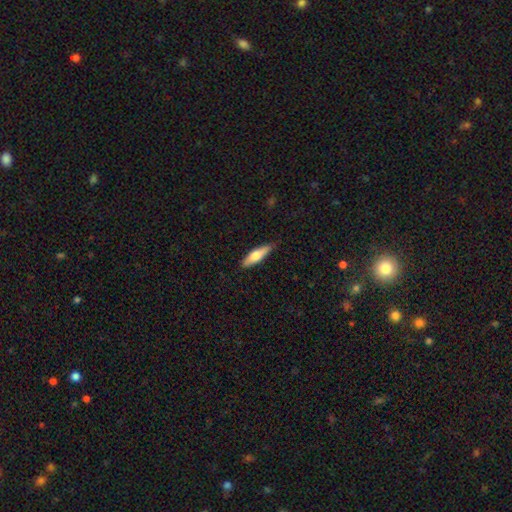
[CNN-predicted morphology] Overall: smooth (60%; featured or disk 34%). How rounded: cigar-shaped (60%; in between 38%). Merging: none (83%).